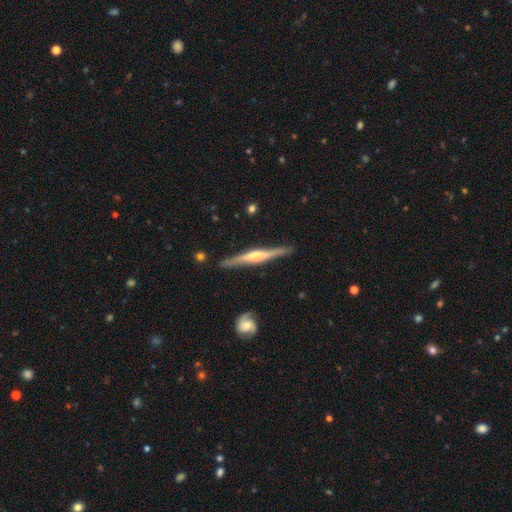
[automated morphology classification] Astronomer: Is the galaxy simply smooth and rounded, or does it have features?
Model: featured or disk — 74%.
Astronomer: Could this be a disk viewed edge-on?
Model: yes — 96%.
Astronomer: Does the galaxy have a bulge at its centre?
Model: rounded — 48% (runner-up: boxy, 37%).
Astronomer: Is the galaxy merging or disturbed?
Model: none — 84%.